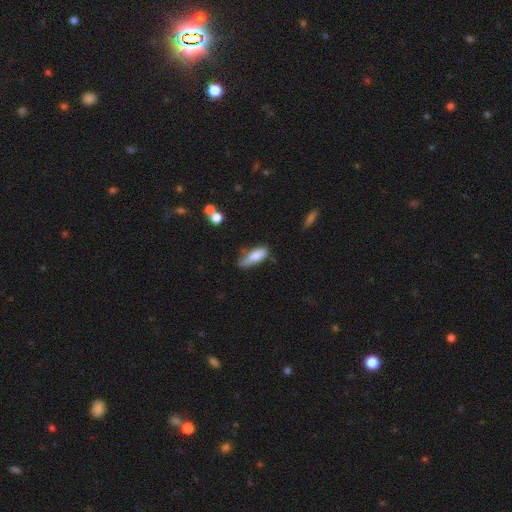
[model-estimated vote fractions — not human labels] A smooth galaxy with no disk features (80%) that is in between round and cigar-shaped (61%).

Vote fractions:
- Smooth or featured? smooth: 80% / featured or disk: 13% / star or artifact: 7%
- How rounded? in between: 61% / cigar-shaped: 37% / round: 2%
- Merging? none: 47% / minor disturbance: 38% / major disturbance: 10% / merger: 5%